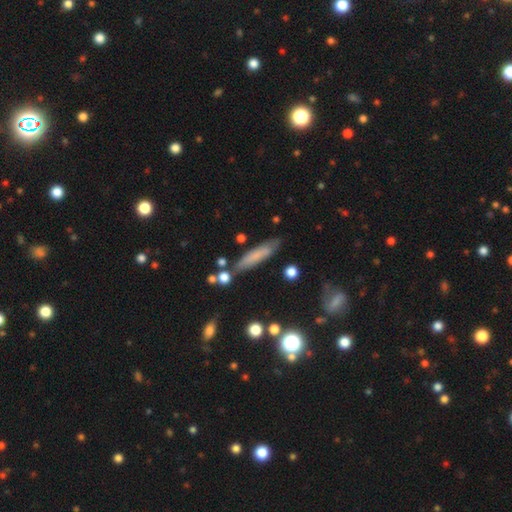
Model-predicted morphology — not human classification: smooth 66%, featured or disk 25%, star or artifact 10%. Down the decision tree: how rounded — cigar-shaped (82%); merging — none (75%).